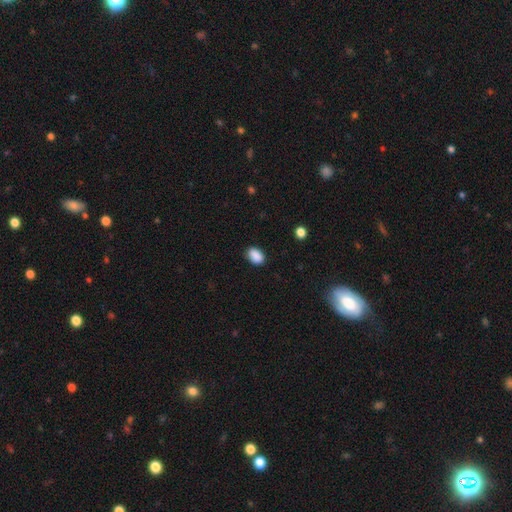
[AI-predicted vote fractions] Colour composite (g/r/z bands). It shows a smooth galaxy with no disk features (90%) that is in between round and cigar-shaped (86%). Merging: none (86%).